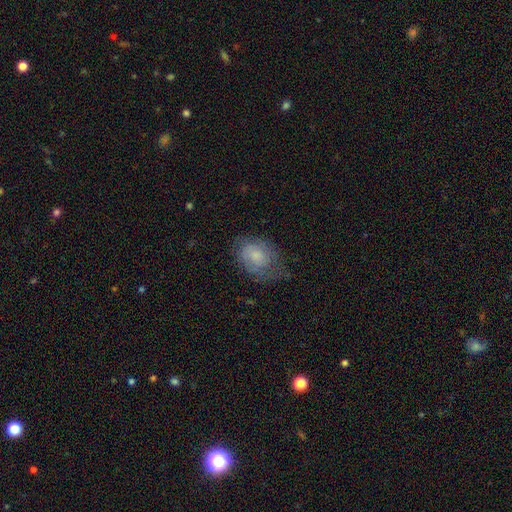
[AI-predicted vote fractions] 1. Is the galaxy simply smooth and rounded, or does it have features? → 55% smooth, 37% featured or disk, 8% star or artifact.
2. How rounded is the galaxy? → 65% in between, 34% round, 1% cigar-shaped.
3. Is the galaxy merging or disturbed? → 47% none, 31% minor disturbance, 20% major disturbance, 1% merger.